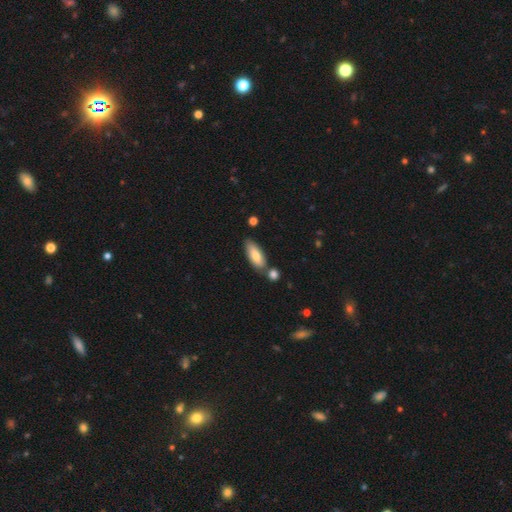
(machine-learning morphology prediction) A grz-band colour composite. It shows a smooth galaxy with no disk features (77%) that is in between round and cigar-shaped (71%). Merging: none (62%).